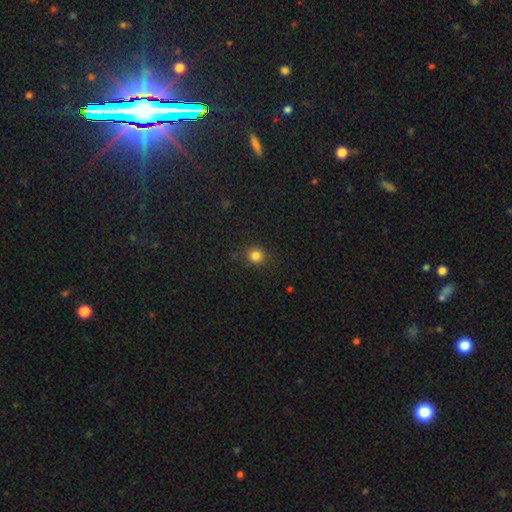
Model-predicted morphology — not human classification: smooth_or_featured: smooth (p=0.82) [alt: star or artifact p=0.13]
how_rounded: round (p=0.87) [alt: in between p=0.12]
merging: none (p=0.87) [alt: minor disturbance p=0.08]